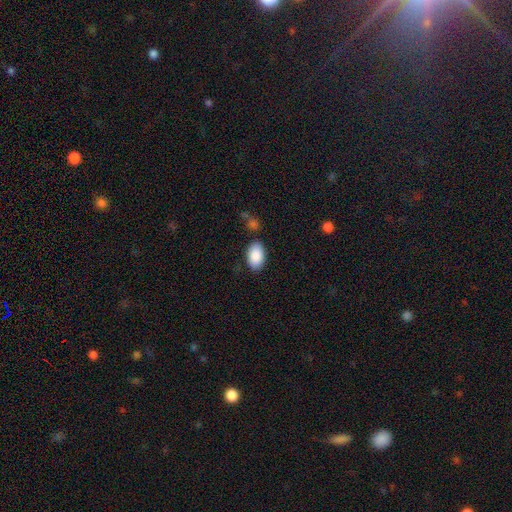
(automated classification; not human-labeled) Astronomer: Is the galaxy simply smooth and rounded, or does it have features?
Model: smooth — 89%.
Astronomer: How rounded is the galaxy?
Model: in between — 94%.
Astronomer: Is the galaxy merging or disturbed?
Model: none — 84%.